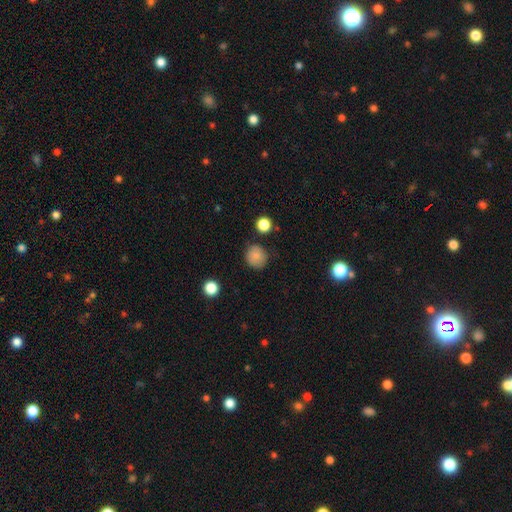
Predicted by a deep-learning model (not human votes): smooth_or_featured: smooth (p=0.83) [alt: star or artifact p=0.10]
how_rounded: round (p=0.88) [alt: in between p=0.11]
merging: none (p=0.82) [alt: minor disturbance p=0.13]